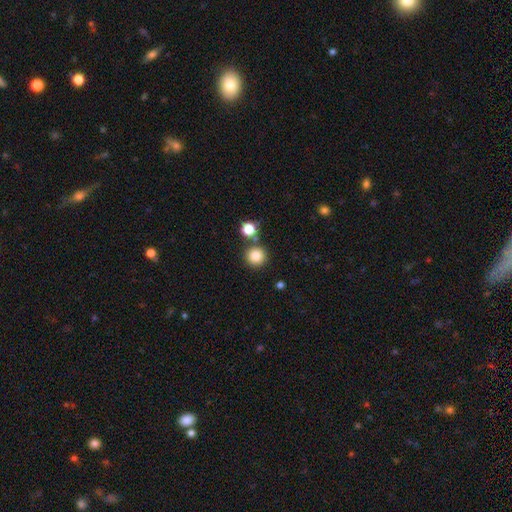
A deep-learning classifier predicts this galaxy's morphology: Smooth or featured? Predicted: smooth (p=0.83). How rounded? Predicted: round (p=0.94). Merging? Predicted: none (p=0.78).